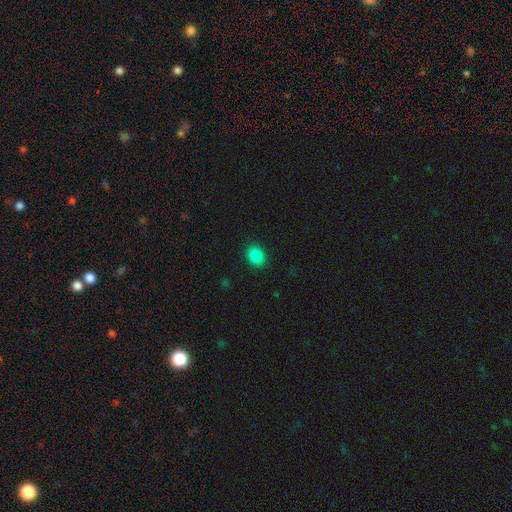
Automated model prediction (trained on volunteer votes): Smooth or featured: smooth — 85% (star or artifact — 10%)
How rounded: in between — 55% (round — 44%)
Merging: none — 89% (minor disturbance — 7%)